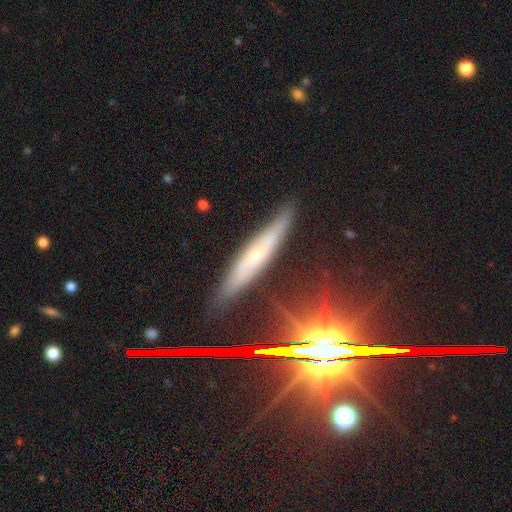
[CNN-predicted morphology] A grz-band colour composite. It shows a featured or disk galaxy (50%). Merging: none (80%).